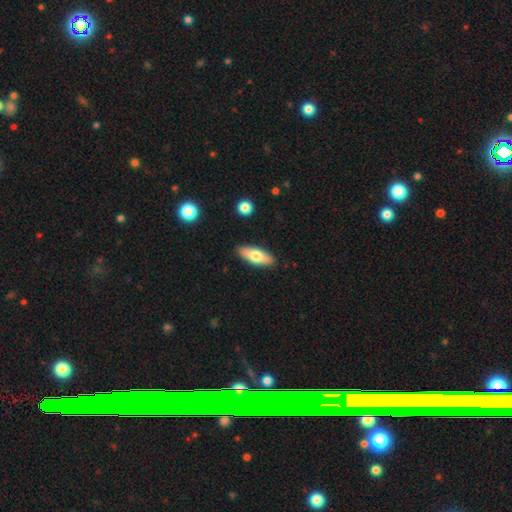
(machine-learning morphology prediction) This appears to be a smooth galaxy with no disk features (68%) that is in between round and cigar-shaped (72%). Merging: none (88%).